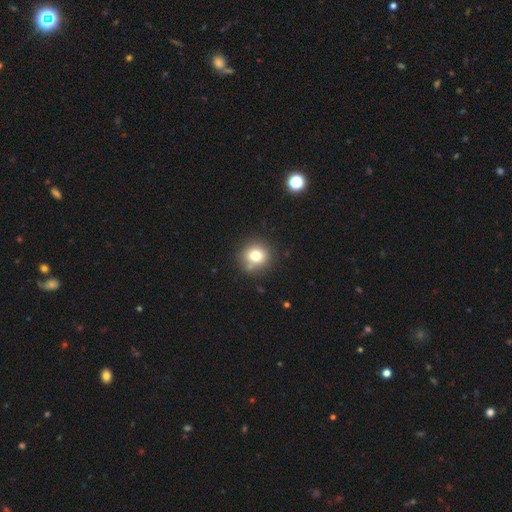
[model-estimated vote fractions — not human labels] smooth_or_featured: smooth (p=0.76) [alt: star or artifact p=0.13]
how_rounded: round (p=0.90) [alt: in between p=0.09]
merging: none (p=0.81) [alt: minor disturbance p=0.11]